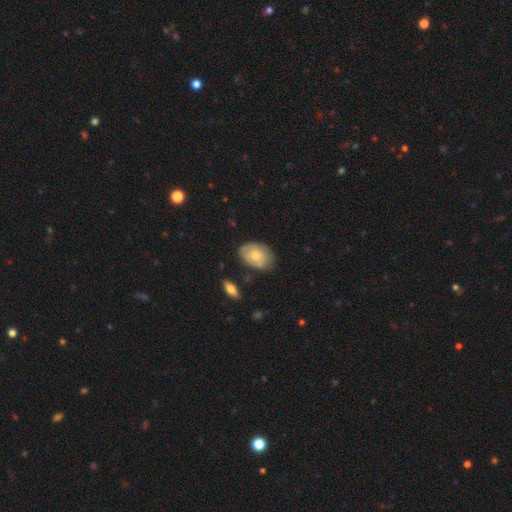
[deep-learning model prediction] Smooth or featured?
  - smooth: 62% *
  - featured or disk: 31%
  - star or artifact: 6%
How rounded?
  - in between: 83% *
  - round: 16%
  - cigar-shaped: 1%
Merging?
  - none: 71% *
  - minor disturbance: 21%
  - major disturbance: 4%
  - merger: 3%